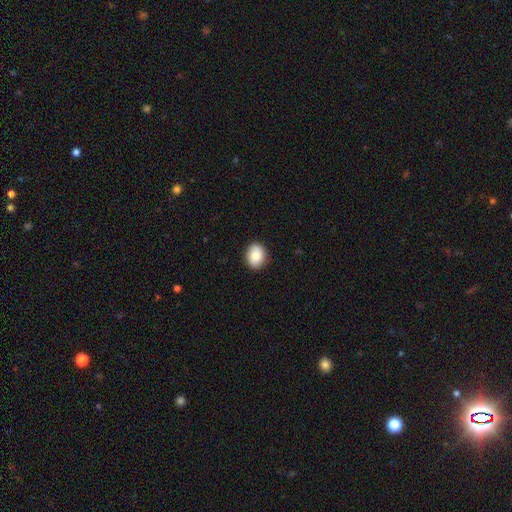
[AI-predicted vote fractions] Smooth or featured? smooth (78%)
How rounded? round (52%)
Merging? none (90%)